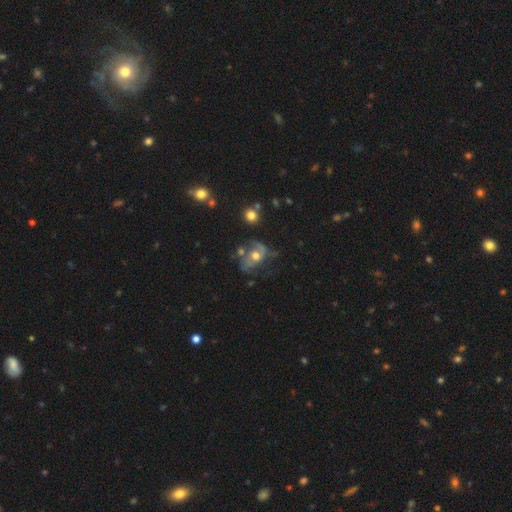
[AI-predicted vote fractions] The model was most divided on "merging": none: 38%, major disturbance: 28%, minor disturbance: 24%, merger: 10%. More confident: edge-on disk — no (96%); spiral arms — yes (73%); bar — no (71%); bulge size — moderate (70%); smooth or featured — featured or disk (68%).